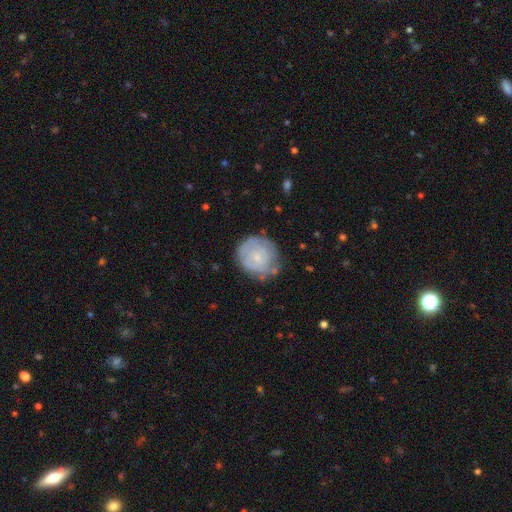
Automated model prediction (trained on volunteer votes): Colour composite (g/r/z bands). It shows a featured or disk galaxy (62%) with no bar (75%), spiral arms (79%) and a small central bulge (71%). Merging: none (70%).